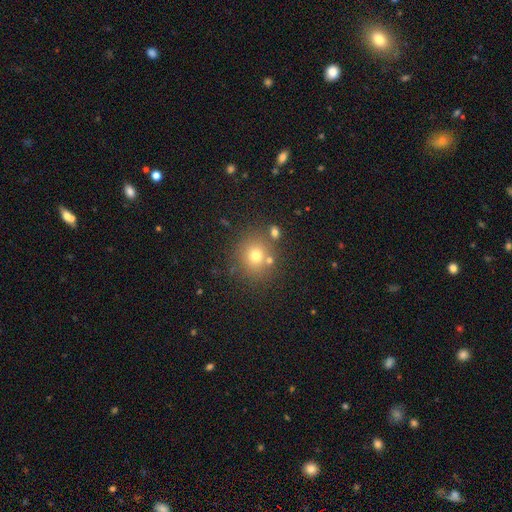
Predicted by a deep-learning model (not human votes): Smooth or featured?
  - smooth: 71% *
  - star or artifact: 18%
  - featured or disk: 11%
How rounded?
  - round: 85% *
  - in between: 14%
  - cigar-shaped: 1%
Merging?
  - none: 76% *
  - merger: 11%
  - minor disturbance: 10%
  - major disturbance: 4%